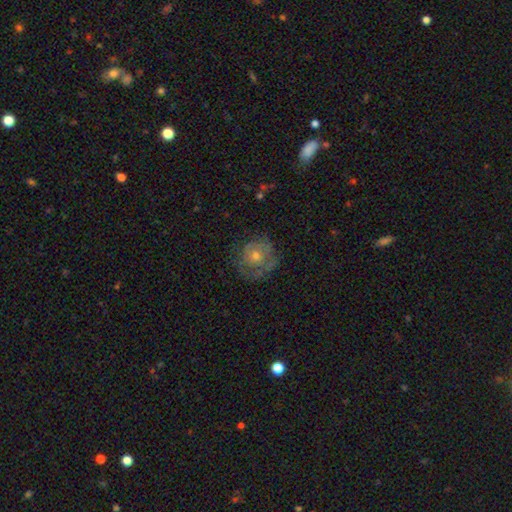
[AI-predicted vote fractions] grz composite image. It shows a featured or disk galaxy (50%). Merging: none (68%).